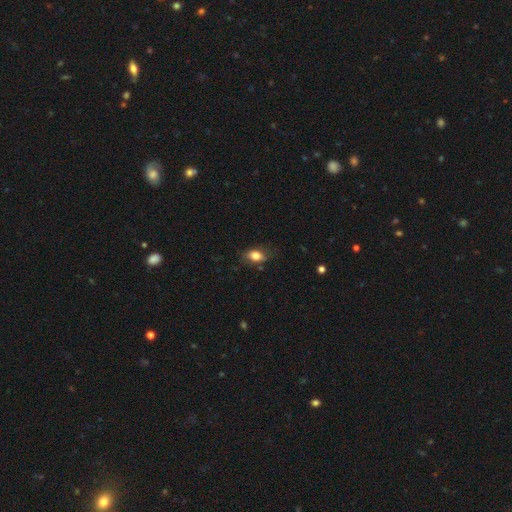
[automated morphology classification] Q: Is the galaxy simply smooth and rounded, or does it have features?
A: smooth — 80%.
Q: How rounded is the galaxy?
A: in between — 81%.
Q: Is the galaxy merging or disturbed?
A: none — 72%.